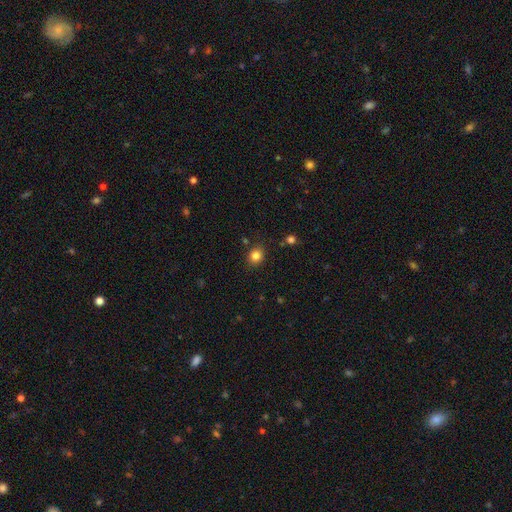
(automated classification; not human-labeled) smooth-or-featured: smooth: 83% | star or artifact: 12% | featured or disk: 5%
  how-rounded: round: 71% | in between: 29% | cigar-shaped: 1%
  merging: none: 85% | minor disturbance: 10% | major disturbance: 3% | merger: 3%